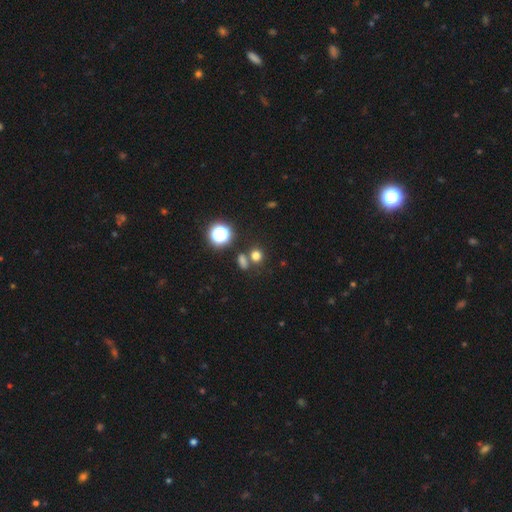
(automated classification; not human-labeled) smooth 70%, star or artifact 24%, featured or disk 6%. Down the decision tree: how rounded — round (77%); merging — none (66%).